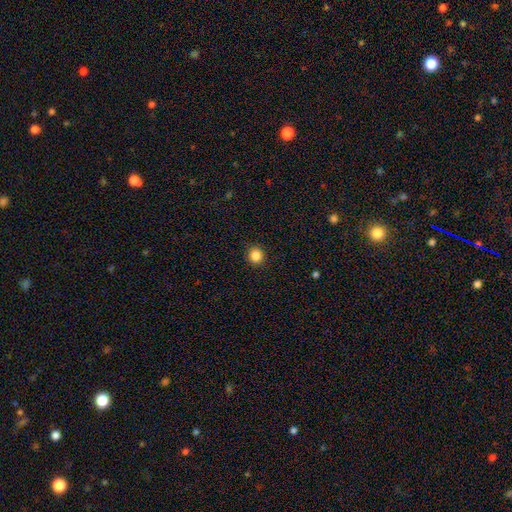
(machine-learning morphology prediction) Overall: smooth (86%). How rounded: round (92%). Merging: none (91%).